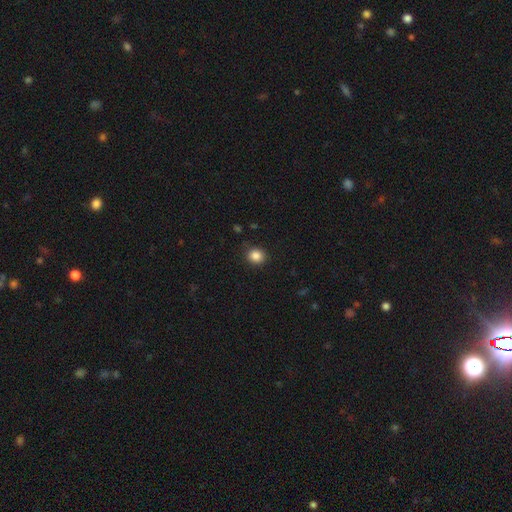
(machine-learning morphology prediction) This is clearly a smooth galaxy (86%). How rounded: likely round (79%). Merging: clearly none (88%).